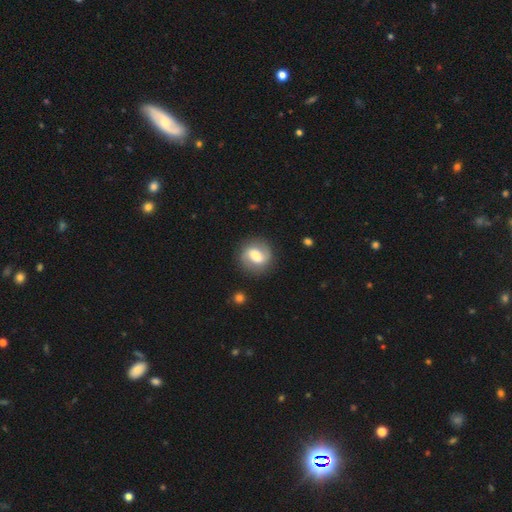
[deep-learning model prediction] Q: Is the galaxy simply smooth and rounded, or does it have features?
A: featured or disk — 61%.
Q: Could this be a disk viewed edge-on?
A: no — 97%.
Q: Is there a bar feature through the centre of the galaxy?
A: weak — 48%.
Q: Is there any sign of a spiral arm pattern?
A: yes — 83%.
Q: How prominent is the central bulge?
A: moderate — 61%.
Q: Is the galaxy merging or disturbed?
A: none — 84%.